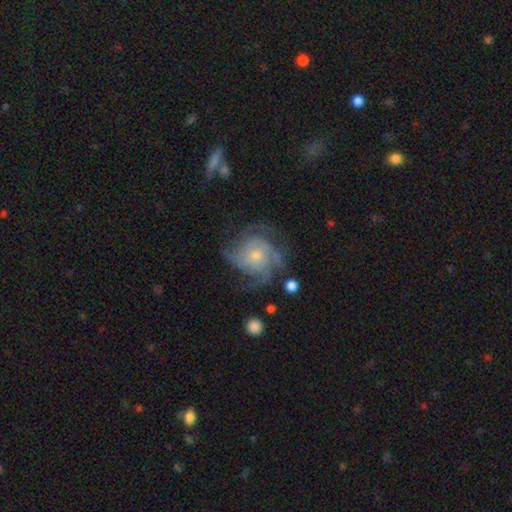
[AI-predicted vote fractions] This appears to be a featured or disk galaxy (84%) with no bar (78%), 3 (33%) tight (44%) spiral arms (95%) and a small central bulge (66%). Merging: none (63%).